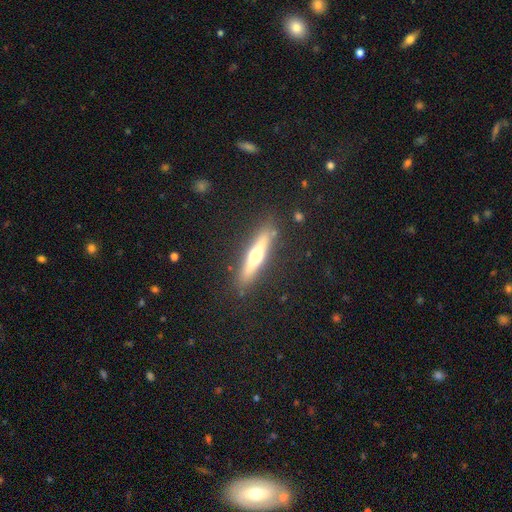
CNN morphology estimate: type=featured or disk (59%); edge-on=yes (94%); edge-on bulge=rounded (92%); merging=none (85%).